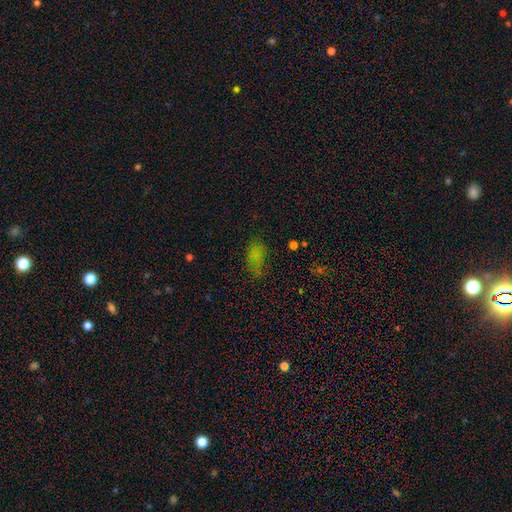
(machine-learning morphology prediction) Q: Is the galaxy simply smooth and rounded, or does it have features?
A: smooth — 70%.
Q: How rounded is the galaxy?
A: in between — 88%.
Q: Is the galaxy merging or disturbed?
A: none — 60%.